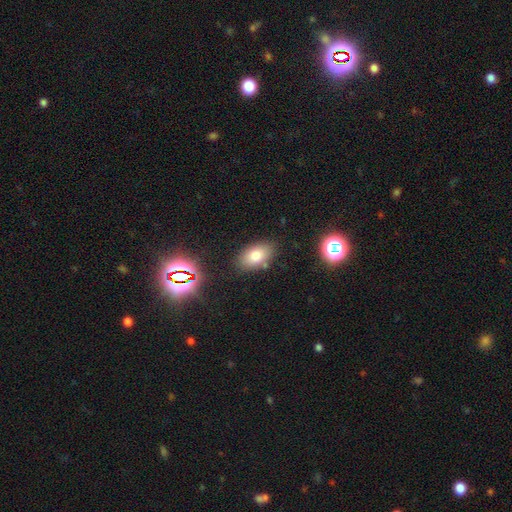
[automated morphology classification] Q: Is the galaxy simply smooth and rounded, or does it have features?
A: smooth — 77%.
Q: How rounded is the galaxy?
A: in between — 91%.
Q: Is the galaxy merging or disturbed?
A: none — 81%.